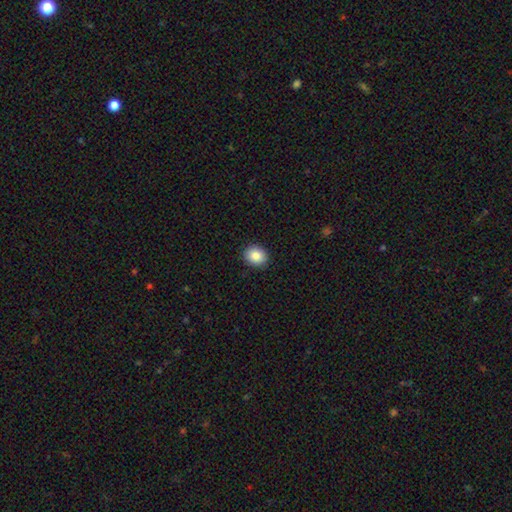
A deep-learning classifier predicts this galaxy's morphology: The model was most divided on "how rounded": round: 64%, in between: 35%, cigar-shaped: 1%. More confident: merging — none (90%); smooth or featured — smooth (87%).